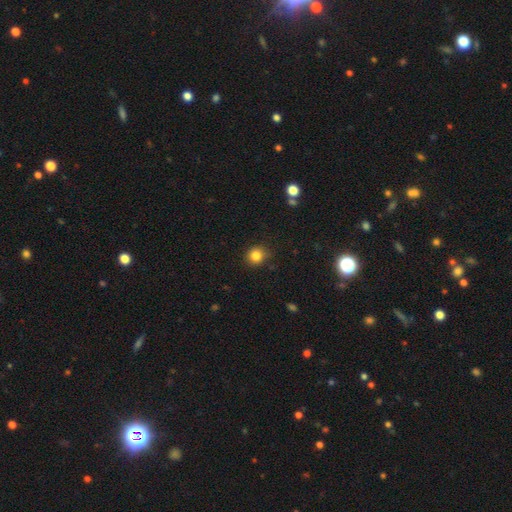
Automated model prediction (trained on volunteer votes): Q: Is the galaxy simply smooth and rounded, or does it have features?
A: smooth — 83%.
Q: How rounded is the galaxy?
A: round — 85%.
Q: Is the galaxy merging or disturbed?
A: none — 85%.